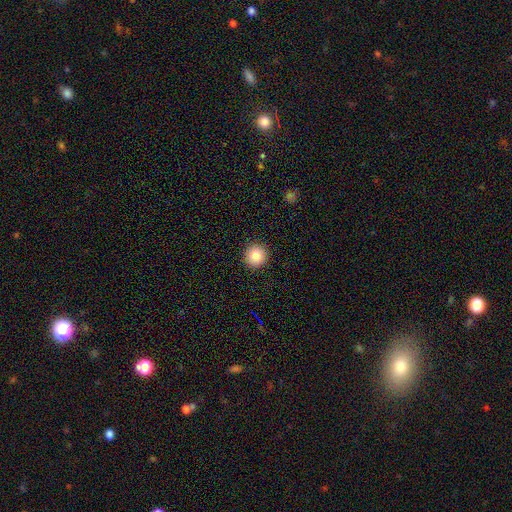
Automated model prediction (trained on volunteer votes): The model was most divided on "smooth or featured": smooth: 84%, star or artifact: 10%, featured or disk: 6%. More confident: how rounded — round (93%); merging — none (93%).